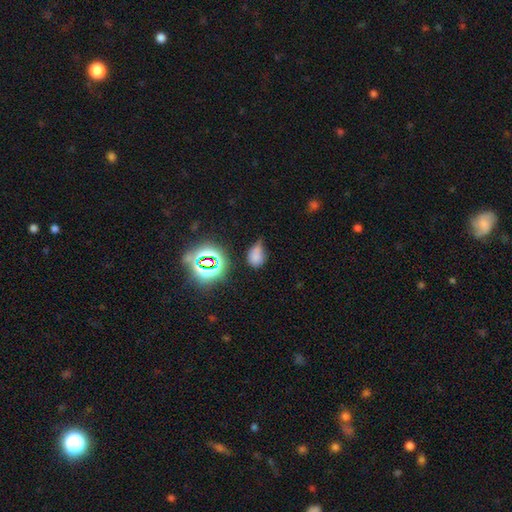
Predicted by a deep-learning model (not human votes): This is likely a smooth galaxy (64%). How rounded: likely in between (75%). Merging: marginally none (44%).